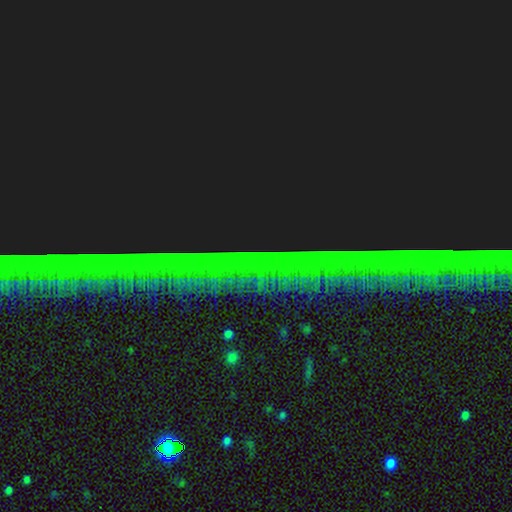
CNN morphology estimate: A star or artifact, not a galaxy (86%).